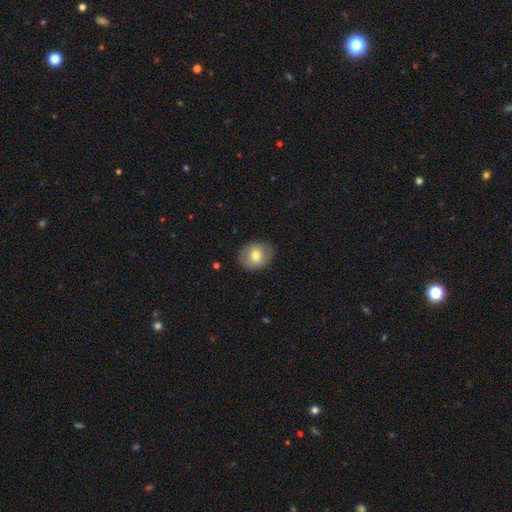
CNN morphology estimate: Smooth or featured: smooth — 69% (featured or disk — 23%)
How rounded: round — 56% (in between — 43%)
Merging: none — 84% (minor disturbance — 12%)